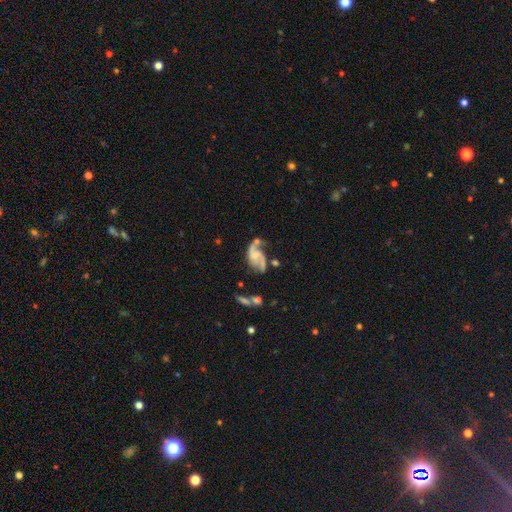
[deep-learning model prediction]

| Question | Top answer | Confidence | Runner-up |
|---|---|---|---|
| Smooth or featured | featured or disk | 79% | smooth (13%) |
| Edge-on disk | no | 98% | yes (2%) |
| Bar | no | 58% | weak (34%) |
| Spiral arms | yes | 91% | no (9%) |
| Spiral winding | loose | 57% | medium (34%) |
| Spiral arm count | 2 | 85% | 1 (5%) |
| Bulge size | small | 39% | tied: none (39%) |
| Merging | none | 37% | major disturbance (23%) |